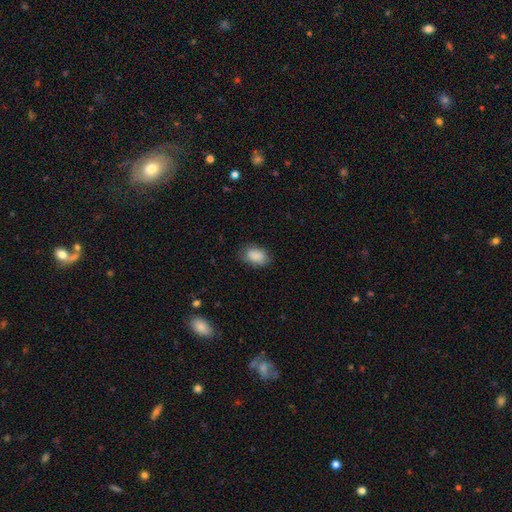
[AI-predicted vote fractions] smooth_or_featured: smooth (p=0.88) [alt: star or artifact p=0.07]
how_rounded: in between (p=0.88) [alt: round p=0.11]
merging: none (p=0.74) [alt: minor disturbance p=0.20]